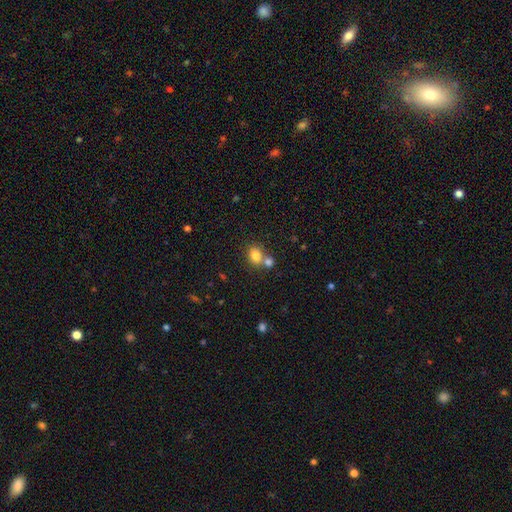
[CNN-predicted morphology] A smooth galaxy with no disk features (80%) that is round (54%).

Vote fractions:
- Smooth or featured? smooth: 80% / star or artifact: 11% / featured or disk: 9%
- How rounded? round: 54% / in between: 45% / cigar-shaped: 1%
- Merging? none: 47% / merger: 41% / minor disturbance: 9% / major disturbance: 3%